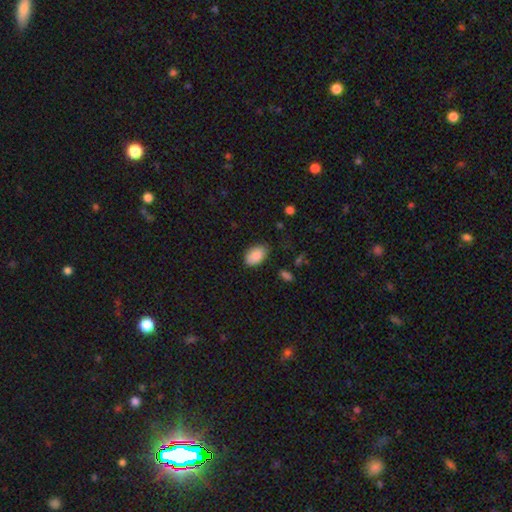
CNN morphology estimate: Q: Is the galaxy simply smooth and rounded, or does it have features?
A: smooth — 88%.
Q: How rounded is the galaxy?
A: in between — 90%.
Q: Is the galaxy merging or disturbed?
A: none — 79%.